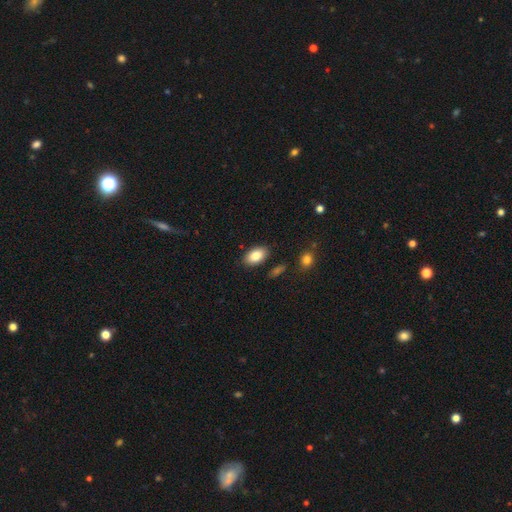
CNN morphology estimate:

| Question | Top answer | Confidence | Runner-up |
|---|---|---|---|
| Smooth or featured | smooth | 85% | featured or disk (7%) |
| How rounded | in between | 92% | round (6%) |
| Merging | none | 85% | minor disturbance (10%) |